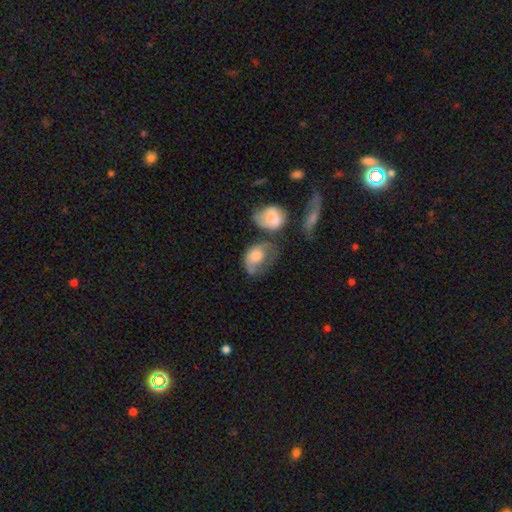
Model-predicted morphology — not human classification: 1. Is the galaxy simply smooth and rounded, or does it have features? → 67% smooth, 26% featured or disk, 8% star or artifact.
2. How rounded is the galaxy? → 75% in between, 23% round, 2% cigar-shaped.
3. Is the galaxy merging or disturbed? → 29% major disturbance, 27% minor disturbance, 24% none, 20% merger.